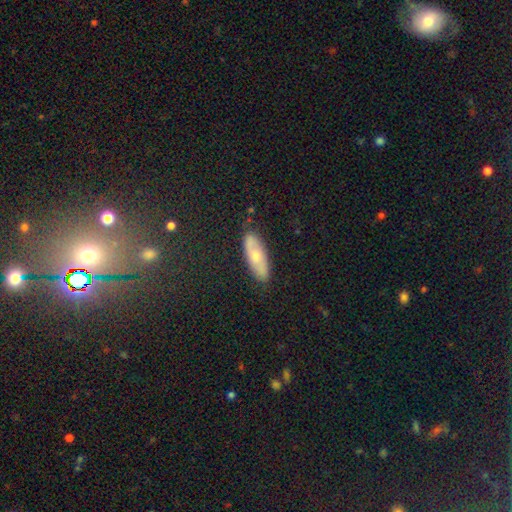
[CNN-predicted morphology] This is possibly a smooth galaxy (59%). How rounded: likely in between (64%). Merging: clearly none (85%).